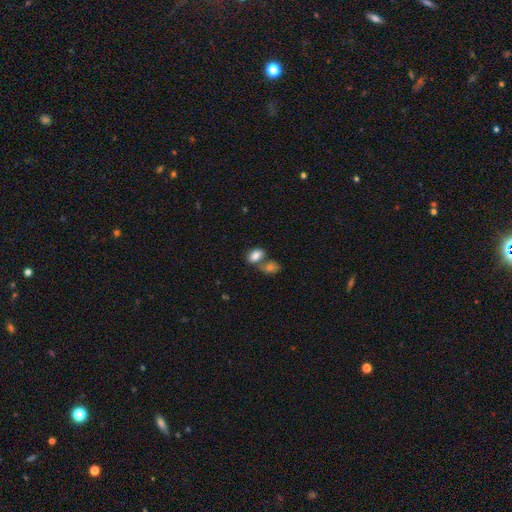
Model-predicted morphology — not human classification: smooth 84%, star or artifact 8%, featured or disk 8%. Down the decision tree: how rounded — in between (86%); merging — merger (44%).